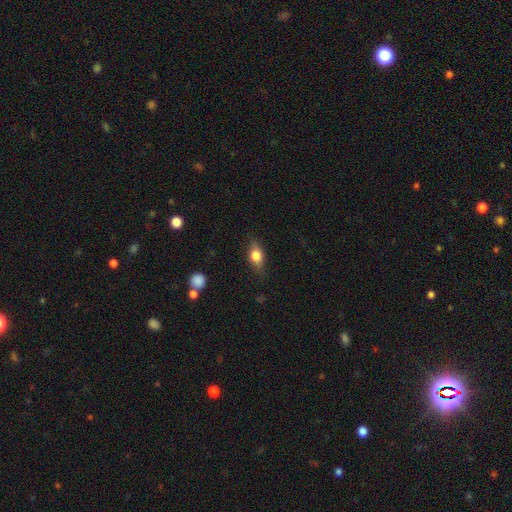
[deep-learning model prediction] Smooth or featured? smooth (70%)
How rounded? in between (75%)
Merging? none (78%)